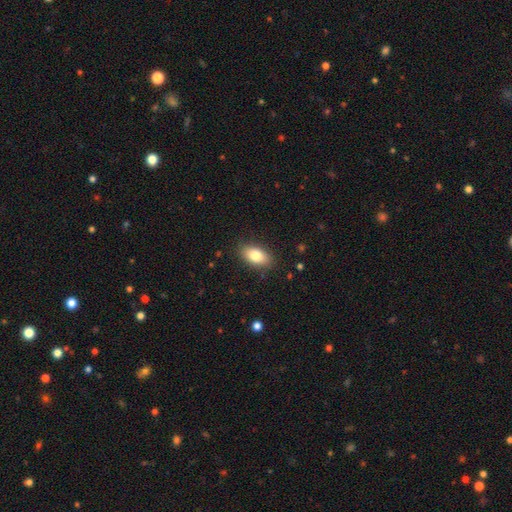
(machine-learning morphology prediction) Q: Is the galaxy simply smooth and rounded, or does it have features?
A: smooth — 82%.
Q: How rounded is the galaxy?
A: in between — 91%.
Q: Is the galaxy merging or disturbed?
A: none — 86%.